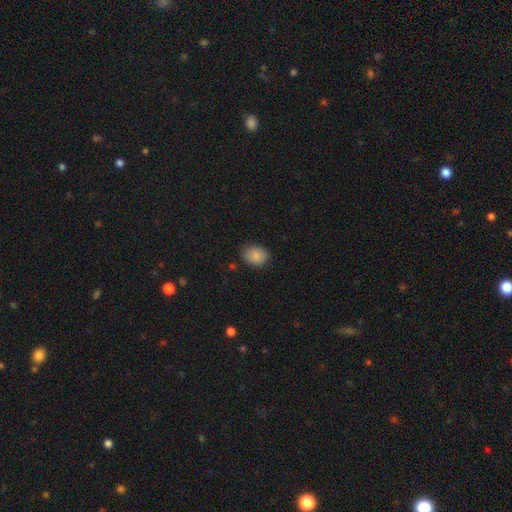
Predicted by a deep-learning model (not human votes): Overall: smooth (87%). How rounded: in between (65%; round 34%). Merging: none (82%).